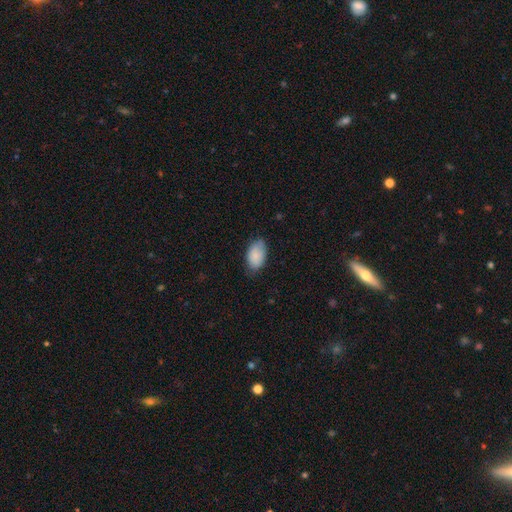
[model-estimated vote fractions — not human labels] A smooth galaxy with no disk features (85%) that is in between round and cigar-shaped (93%). Merging: none (69%).